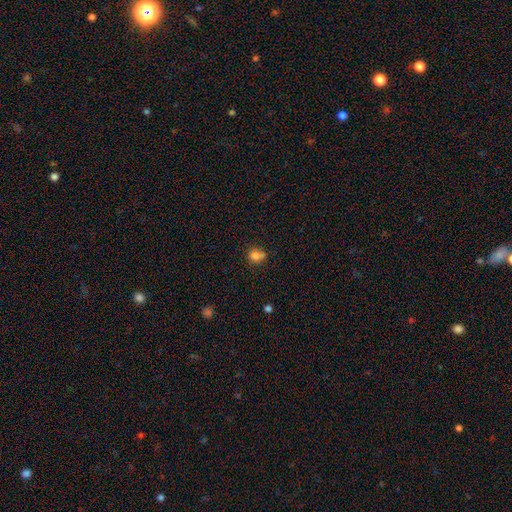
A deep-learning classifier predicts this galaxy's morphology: Q: Smooth or featured?
A: smooth (78%); runner-up: star or artifact (12%)
Q: How rounded?
A: round (68%); runner-up: in between (31%)
Q: Merging?
A: none (50%); runner-up: merger (24%)